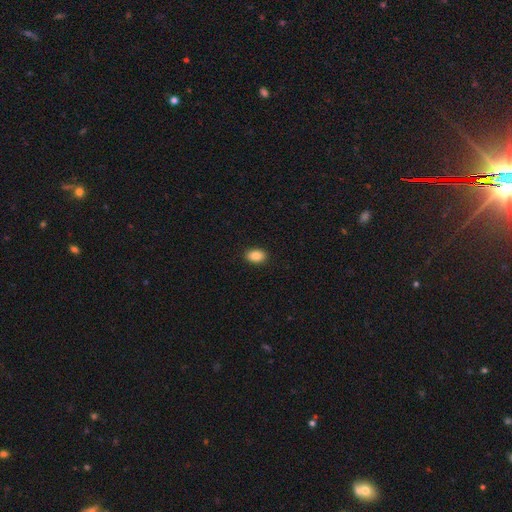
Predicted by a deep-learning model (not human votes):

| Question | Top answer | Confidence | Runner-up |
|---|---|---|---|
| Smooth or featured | smooth | 87% | star or artifact (8%) |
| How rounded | in between | 83% | round (16%) |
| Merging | none | 90% | minor disturbance (7%) |